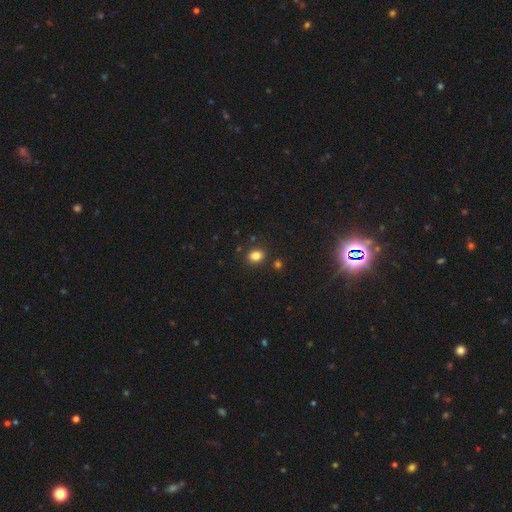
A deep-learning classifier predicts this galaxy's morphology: The model was most divided on "how rounded": round: 50%, in between: 49%, cigar-shaped: 1%. More confident: merging — none (85%); smooth or featured — smooth (83%).